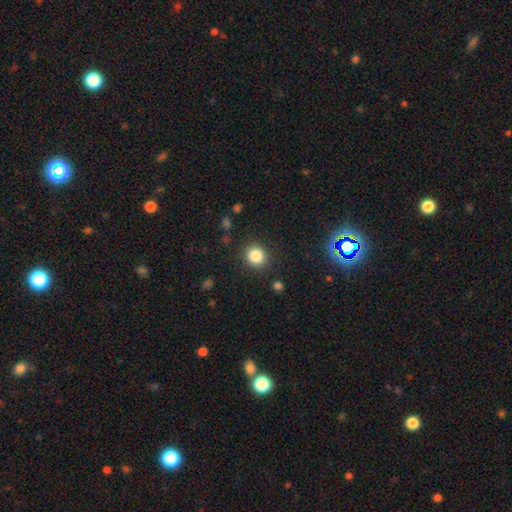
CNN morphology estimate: A smooth galaxy with no disk features (84%) that is round (83%). Merging: none (88%).